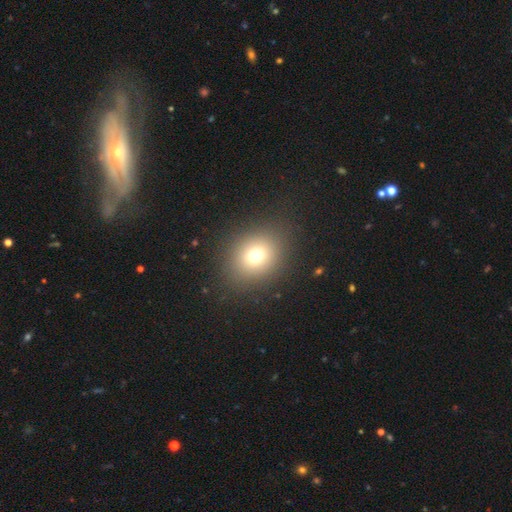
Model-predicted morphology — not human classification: The model was most divided on "how rounded": round: 67%, in between: 32%, cigar-shaped: 1%. More confident: merging — none (86%); smooth or featured — smooth (72%).